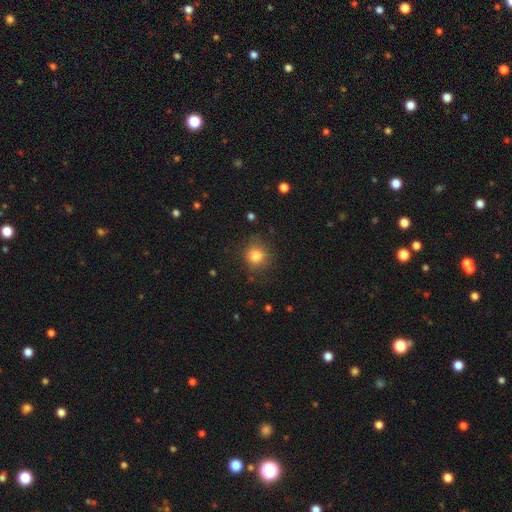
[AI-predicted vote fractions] Smooth or featured? Predicted: smooth (p=0.82). How rounded? Predicted: round (p=0.87). Merging? Predicted: none (p=0.82).